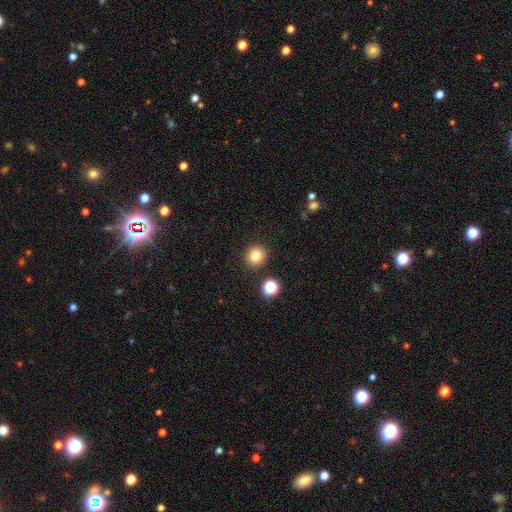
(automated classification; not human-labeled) The model was most divided on "smooth or featured": smooth: 81%, star or artifact: 13%, featured or disk: 6%. More confident: how rounded — round (94%); merging — none (89%).